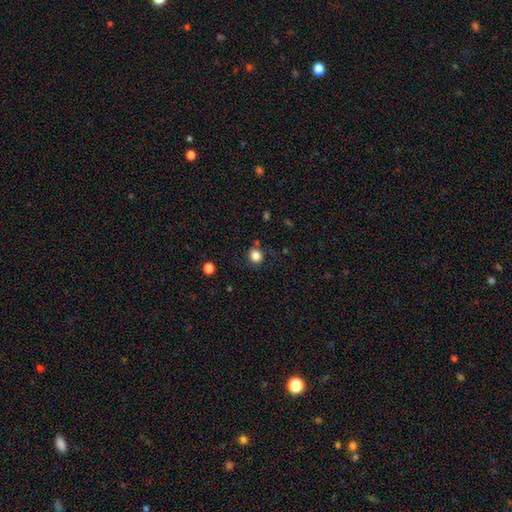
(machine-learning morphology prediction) This appears to be a smooth galaxy with no disk features (84%) that is round (80%). Merging: none (81%).